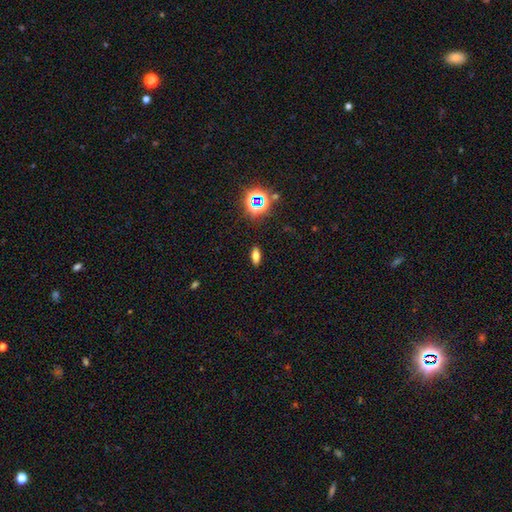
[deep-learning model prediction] Smooth or featured? smooth (64%)
How rounded? in between (76%)
Merging? none (88%)